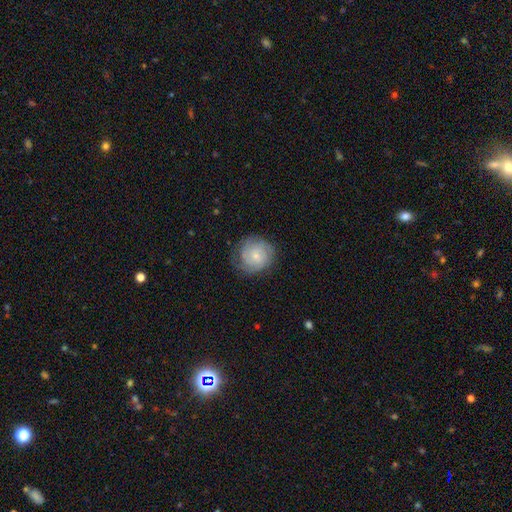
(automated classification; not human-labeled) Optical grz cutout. It shows a smooth galaxy with no disk features (48%). Merging: none (71%).